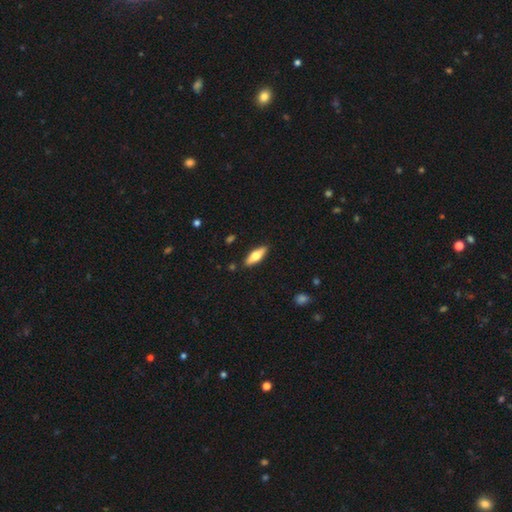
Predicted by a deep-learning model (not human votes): Q: Smooth or featured?
A: smooth (59%); runner-up: featured or disk (36%)
Q: How rounded?
A: in between (51%); runner-up: cigar-shaped (46%)
Q: Merging?
A: none (89%); runner-up: minor disturbance (8%)